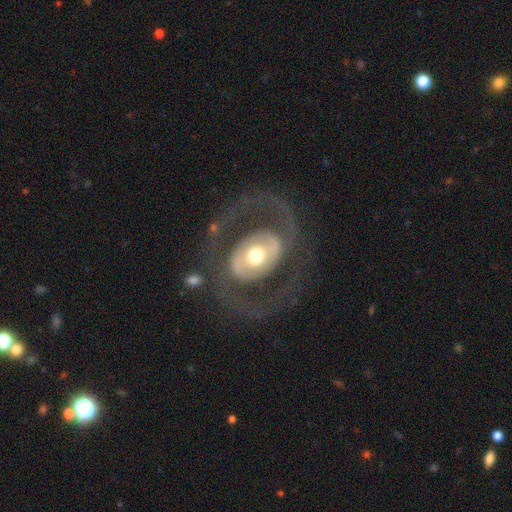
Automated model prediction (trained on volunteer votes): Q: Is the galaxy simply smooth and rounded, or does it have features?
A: featured or disk — 76%.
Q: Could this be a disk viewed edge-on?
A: no — 94%.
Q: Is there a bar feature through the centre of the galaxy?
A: no — 62%.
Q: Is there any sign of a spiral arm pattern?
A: yes — 60%.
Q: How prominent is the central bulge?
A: moderate — 66%.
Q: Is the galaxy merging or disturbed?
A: none — 69%.